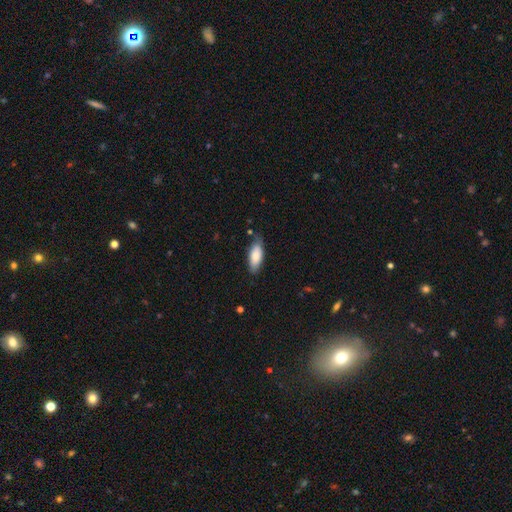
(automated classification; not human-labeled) smooth 81%, featured or disk 13%, star or artifact 6%. Down the decision tree: how rounded — in between (79%); merging — none (72%).